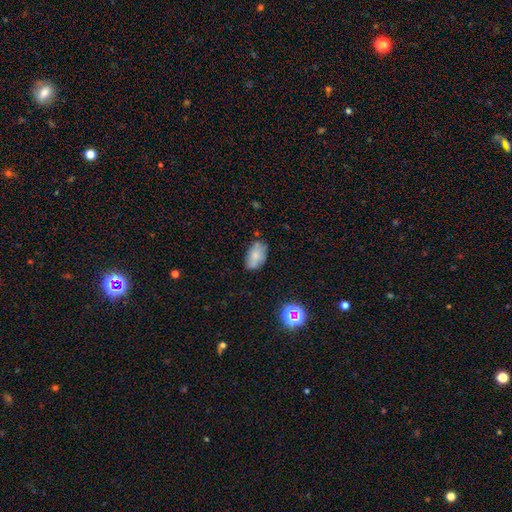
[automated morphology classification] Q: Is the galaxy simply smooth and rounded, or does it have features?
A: smooth — 74%.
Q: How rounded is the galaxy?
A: in between — 90%.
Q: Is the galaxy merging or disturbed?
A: none — 68%.